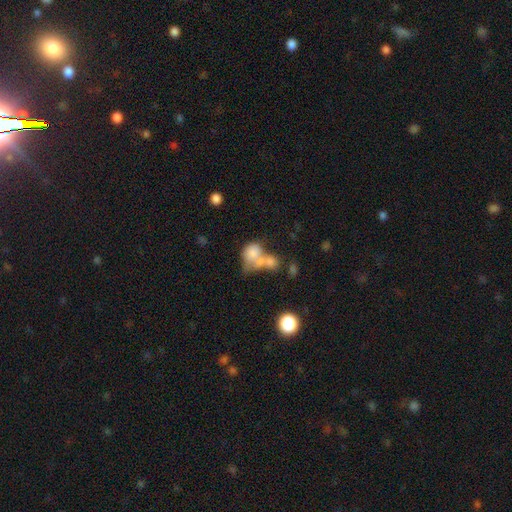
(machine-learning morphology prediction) Q: Smooth or featured?
A: smooth (69%); runner-up: featured or disk (20%)
Q: How rounded?
A: round (50%); runner-up: in between (48%)
Q: Merging?
A: merger (63%); runner-up: none (18%)